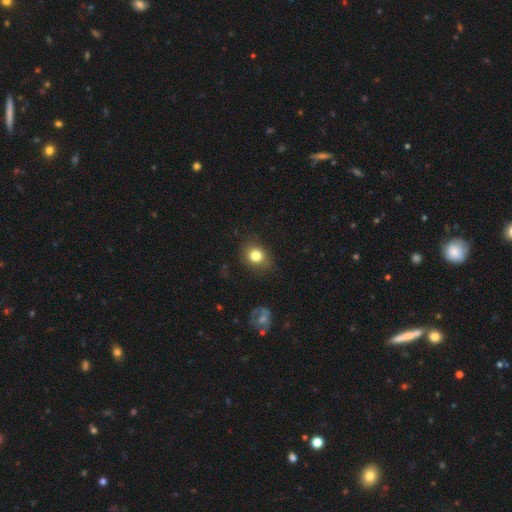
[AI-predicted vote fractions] A smooth galaxy with no disk features (80%) that is round (63%). Merging: none (78%).